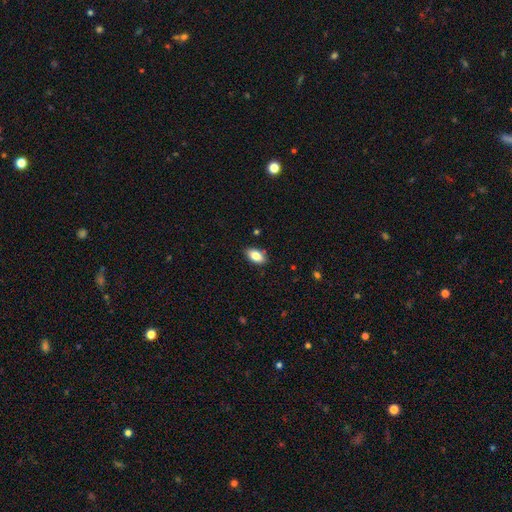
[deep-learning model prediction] Morphology: type=smooth (83%); roundness=in between (92%); merging=none (86%).